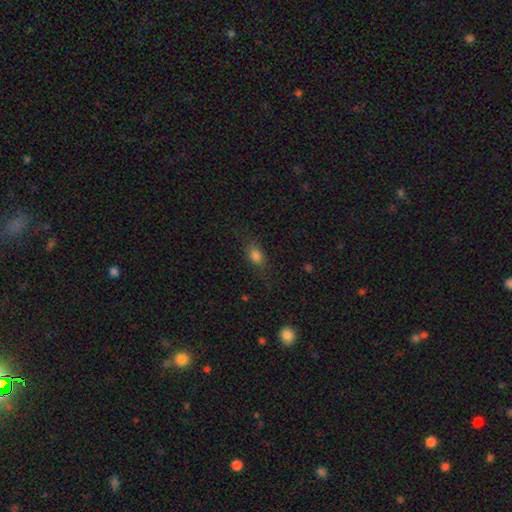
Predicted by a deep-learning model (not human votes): smooth 80%, star or artifact 12%, featured or disk 8%. Down the decision tree: how rounded — in between (73%); merging — none (73%).